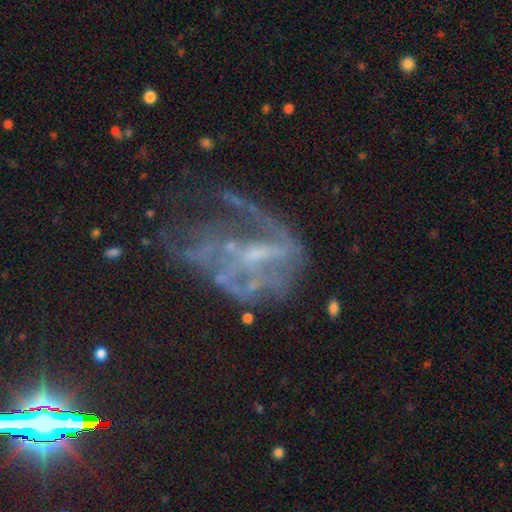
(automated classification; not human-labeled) A featured or disk galaxy (74%) with no bar (54%), no spiral arms (50%, tied with yes) and a small central bulge (39%).

Vote fractions:
- Smooth or featured? featured or disk: 74% / star or artifact: 14% / smooth: 12%
- Edge-on disk? no: 97% / yes: 3%
- Bar? no: 54% / weak: 33% / strong: 13%
- Spiral arms? no: 50% (tied) / yes: 50% (tied)
- Bulge size? small: 39% / none: 38% / moderate: 20% / large: 2% / dominant: 1%
- Merging? major disturbance: 50% / none: 27% / minor disturbance: 16% / merger: 8%